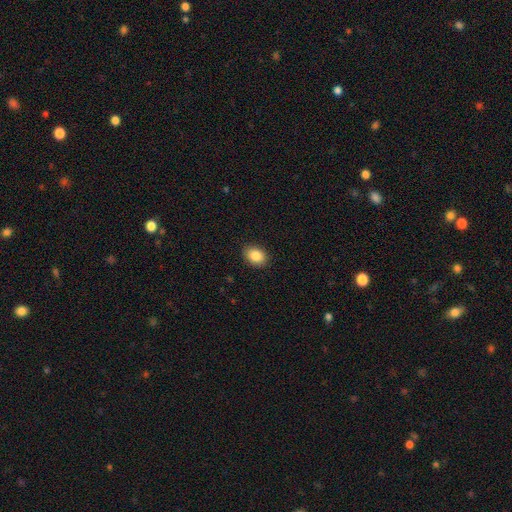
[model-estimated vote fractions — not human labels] Smooth or featured?
  - smooth: 86% *
  - star or artifact: 8%
  - featured or disk: 6%
How rounded?
  - in between: 71% *
  - round: 28%
  - cigar-shaped: 1%
Merging?
  - none: 90% *
  - minor disturbance: 7%
  - major disturbance: 2%
  - merger: 1%